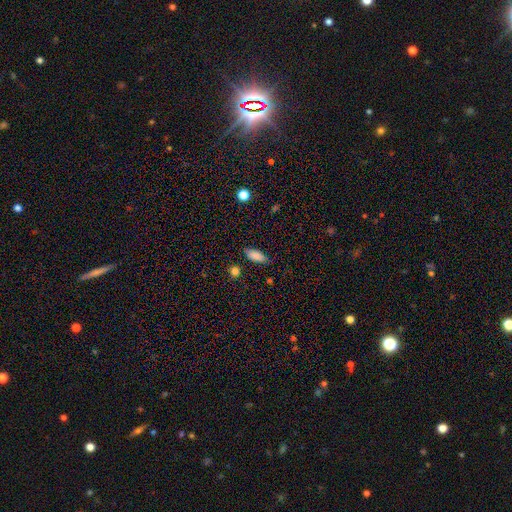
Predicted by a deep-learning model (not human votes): Smooth or featured: smooth — 84% (star or artifact — 8%)
How rounded: in between — 82% (cigar-shaped — 15%)
Merging: none — 79% (minor disturbance — 16%)